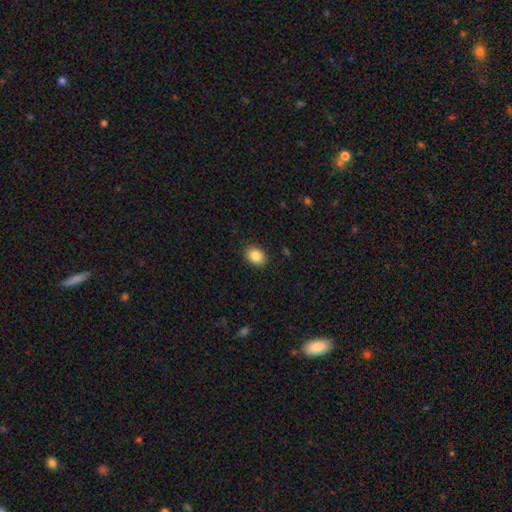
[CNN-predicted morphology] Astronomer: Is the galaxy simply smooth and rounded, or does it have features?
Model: smooth — 87%.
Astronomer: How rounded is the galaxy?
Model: in between — 66%.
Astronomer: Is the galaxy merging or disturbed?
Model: none — 87%.